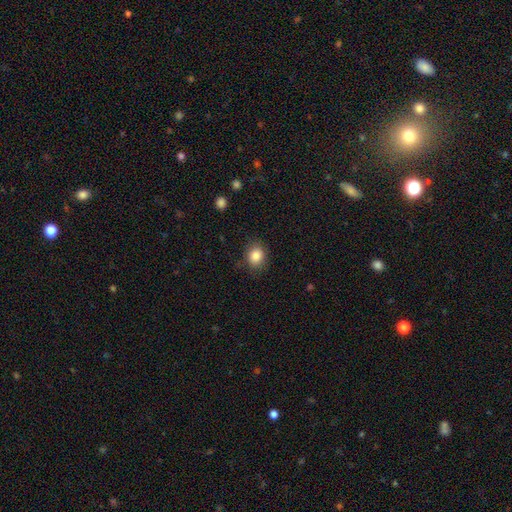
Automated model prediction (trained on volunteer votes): A smooth galaxy with no disk features (85%) that is round (63%). Merging: none (84%).